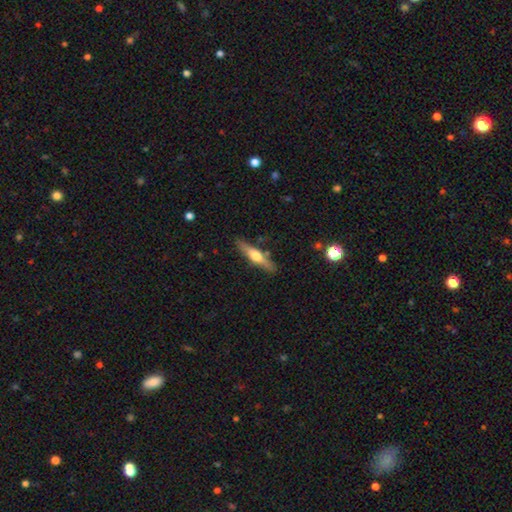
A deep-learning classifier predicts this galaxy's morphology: Smooth or featured? featured or disk (57%)
Edge-on disk? yes (95%)
Edge-on bulge? rounded (91%)
Merging? none (85%)